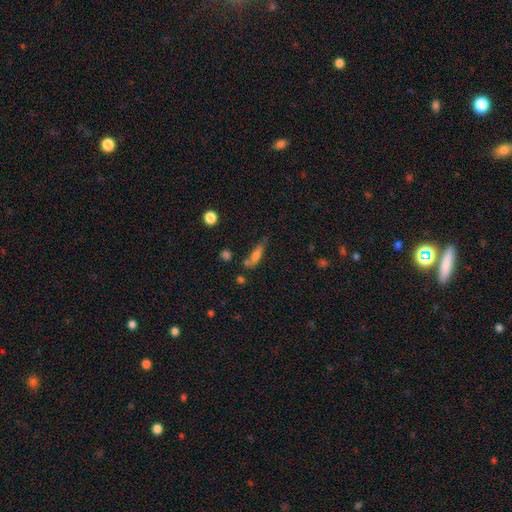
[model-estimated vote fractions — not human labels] Smooth or featured: smooth — 65% (featured or disk — 24%)
How rounded: cigar-shaped — 60% (in between — 36%)
Merging: none — 50% (minor disturbance — 24%)